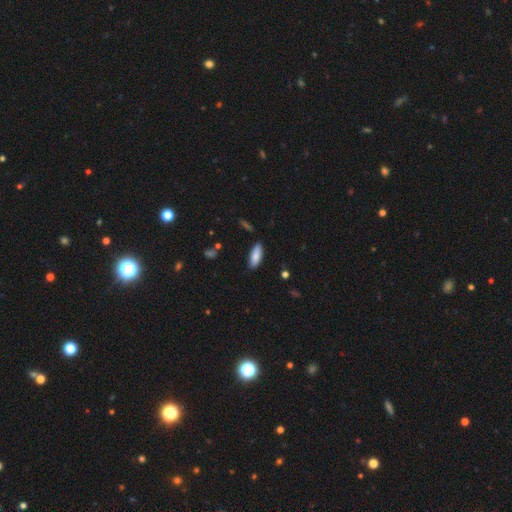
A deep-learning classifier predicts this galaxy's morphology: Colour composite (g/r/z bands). It shows a smooth galaxy with no disk features (84%) that is in between round and cigar-shaped (76%). Merging: none (85%).